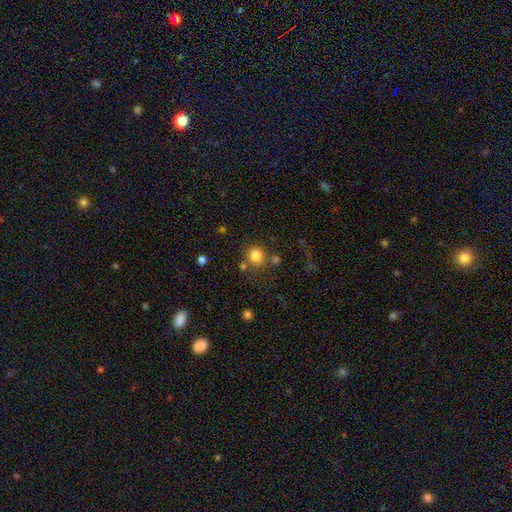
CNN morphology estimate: The model was most divided on "merging": none: 75%, merger: 11%, minor disturbance: 10%, major disturbance: 5%. More confident: how rounded — round (91%); smooth or featured — smooth (82%).